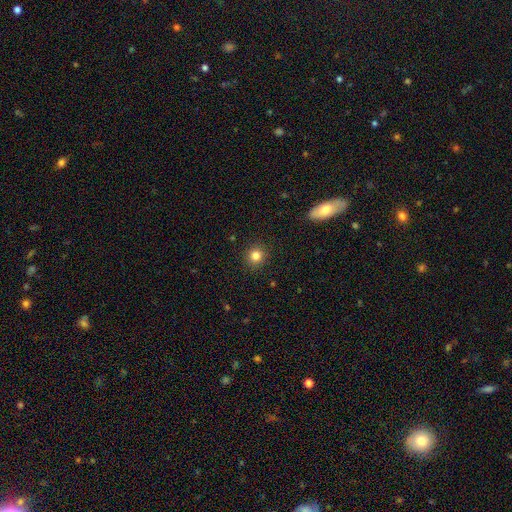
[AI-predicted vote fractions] A smooth galaxy with no disk features (82%) that is round (91%).

Vote fractions:
- Smooth or featured? smooth: 82% / star or artifact: 12% / featured or disk: 6%
- How rounded? round: 91% / in between: 8% / cigar-shaped: 1%
- Merging? none: 91% / minor disturbance: 6% / major disturbance: 2% / merger: 1%